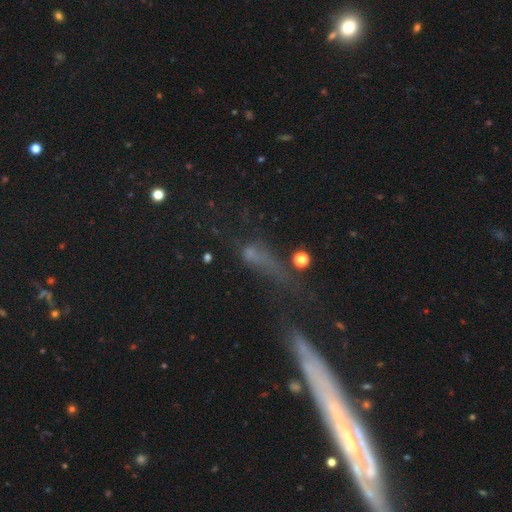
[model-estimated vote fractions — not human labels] The model was most divided on "merging": major disturbance: 36%, none: 29%, merger: 19%, minor disturbance: 16%. Remaining: smooth or featured — smooth (40%).